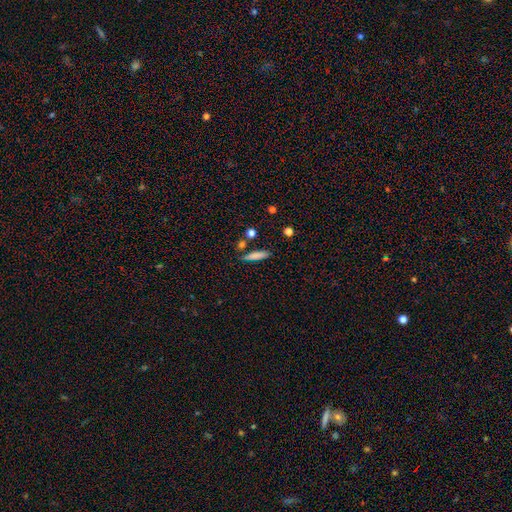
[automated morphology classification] Smooth or featured? smooth (80%)
How rounded? cigar-shaped (78%)
Merging? none (78%)